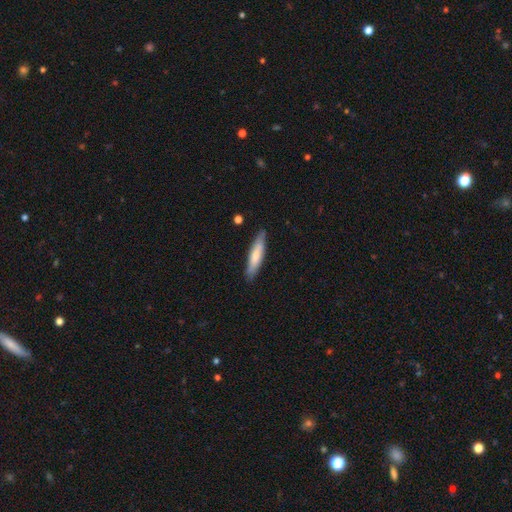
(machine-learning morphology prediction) smooth-or-featured: smooth: 68% | featured or disk: 27% | star or artifact: 5%
  how-rounded: cigar-shaped: 83% | in between: 15% | round: 1%
  merging: none: 85% | minor disturbance: 11% | major disturbance: 2% | merger: 1%